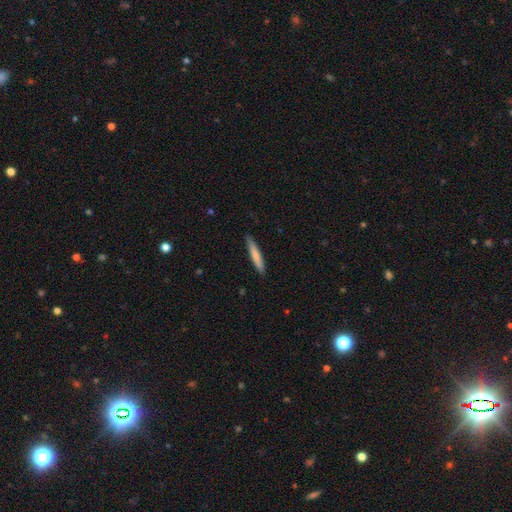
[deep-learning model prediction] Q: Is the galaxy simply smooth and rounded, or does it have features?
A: smooth — 75%.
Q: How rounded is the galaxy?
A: cigar-shaped — 94%.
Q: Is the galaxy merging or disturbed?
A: none — 89%.